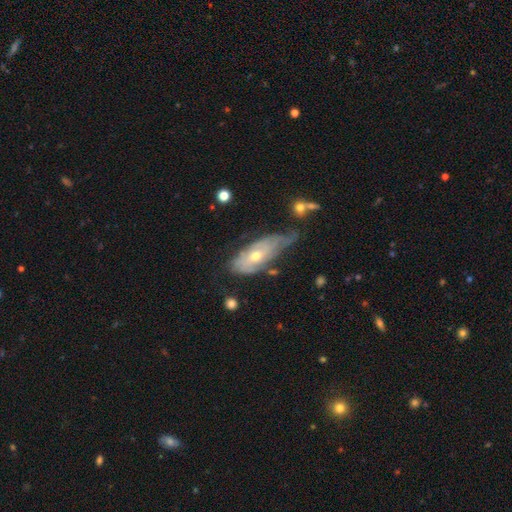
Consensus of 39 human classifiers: A featured or disk galaxy (77%) with no bar (71%), tight (42%) spiral arms (86%) and a small central bulge (57%). Merging: minor disturbance (42%).